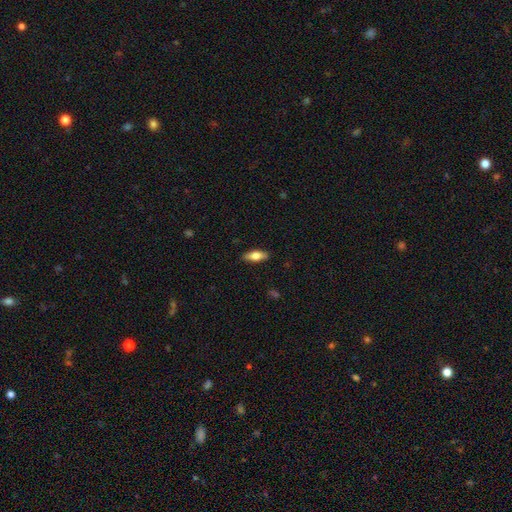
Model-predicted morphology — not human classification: A smooth galaxy with no disk features (67%) that is in between round and cigar-shaped (70%). Merging: none (87%).